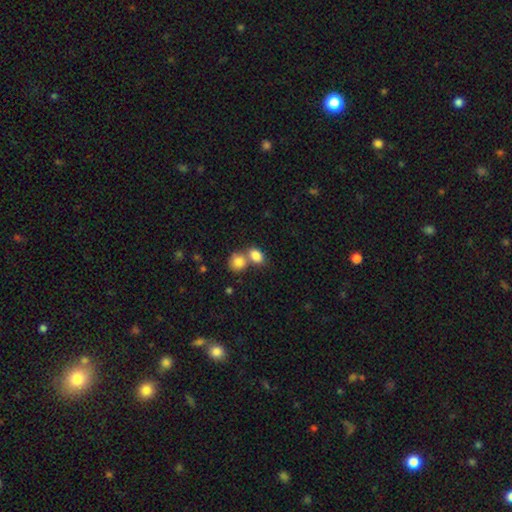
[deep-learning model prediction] This is clearly a smooth galaxy (84%). How rounded: likely in between (70%). Merging: possibly merger (54%).